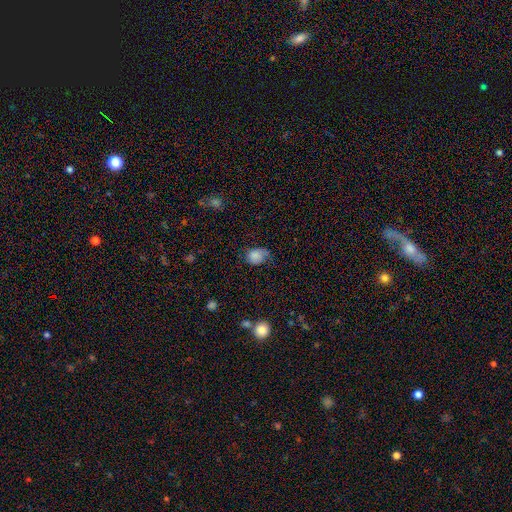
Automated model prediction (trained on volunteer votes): This is likely a smooth galaxy (79%). How rounded: possibly in between (55%). Merging: marginally none (39%).